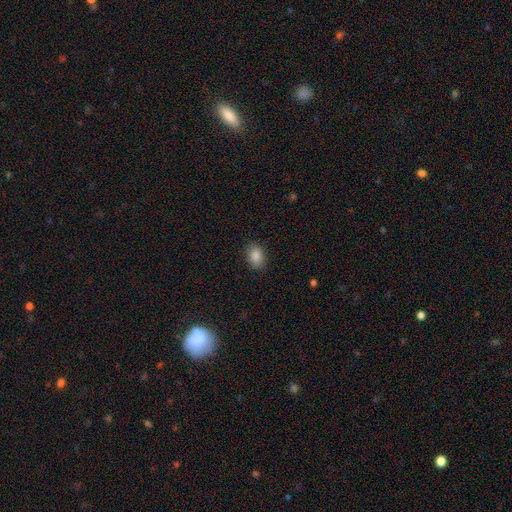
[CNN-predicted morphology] This appears to be a smooth galaxy with no disk features (86%) that is in between round and cigar-shaped (77%). Merging: none (88%).